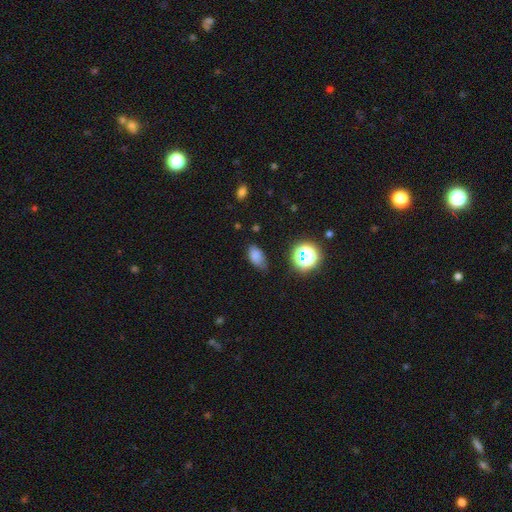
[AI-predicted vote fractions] Overall: smooth (77%). How rounded: in between (88%). Merging: none (65%; minor disturbance 27%).